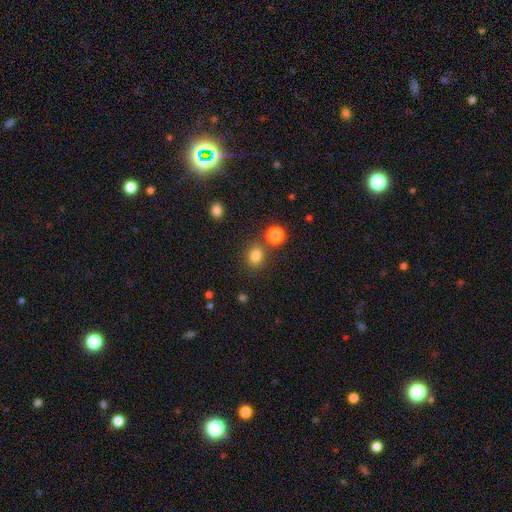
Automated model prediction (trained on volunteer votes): Smooth or featured? Predicted: smooth (p=0.80). How rounded? Predicted: round (p=0.69). Merging? Predicted: none (p=0.76).